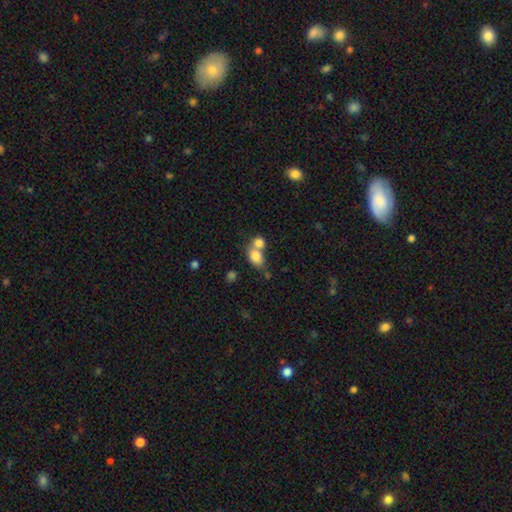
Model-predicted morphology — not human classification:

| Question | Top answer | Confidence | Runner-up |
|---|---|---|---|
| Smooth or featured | smooth | 79% | featured or disk (12%) |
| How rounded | in between | 59% | round (40%) |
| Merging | merger | 60% | none (28%) |